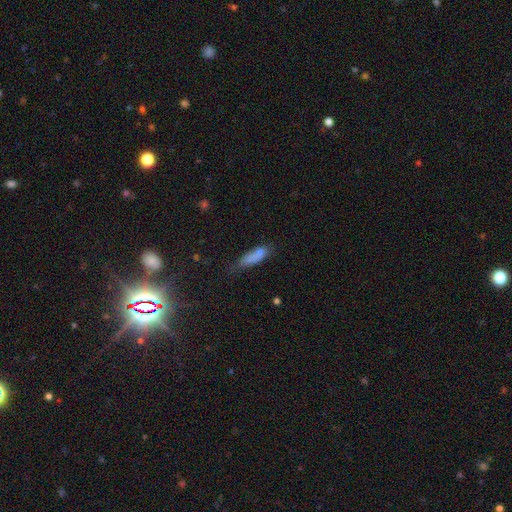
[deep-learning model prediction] This is likely a smooth galaxy (79%). How rounded: possibly cigar-shaped (52%). Merging: marginally none (44%).